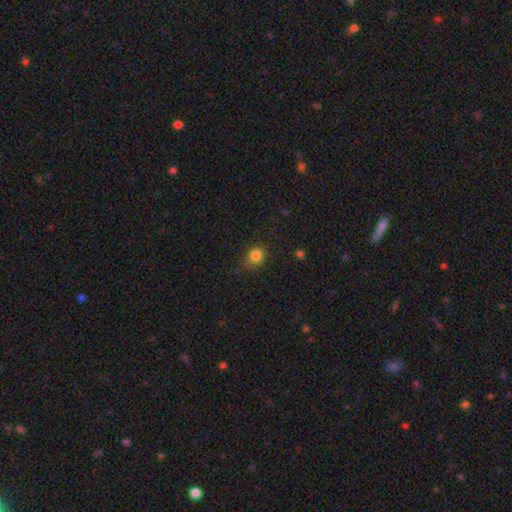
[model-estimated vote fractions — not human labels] The model was most divided on "how rounded": round: 75%, in between: 24%, cigar-shaped: 1%. More confident: smooth or featured — smooth (83%); merging — none (75%).